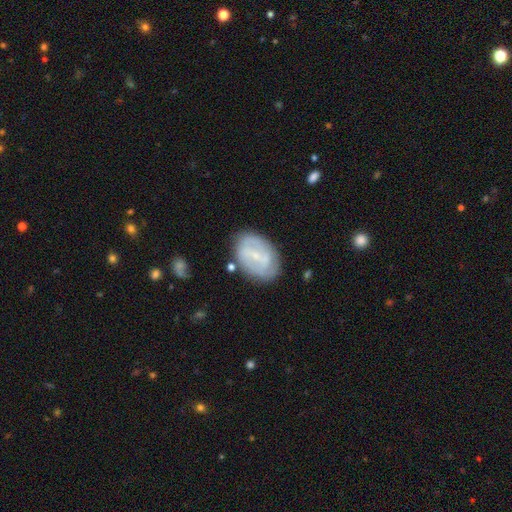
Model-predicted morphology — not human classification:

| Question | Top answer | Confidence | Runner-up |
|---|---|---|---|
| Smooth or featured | featured or disk | 65% | smooth (29%) |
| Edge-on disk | no | 96% | yes (4%) |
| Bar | weak | 47% | strong (32%) |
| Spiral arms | yes | 65% | no (35%) |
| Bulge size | small | 72% | moderate (18%) |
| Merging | none | 74% | minor disturbance (17%) |